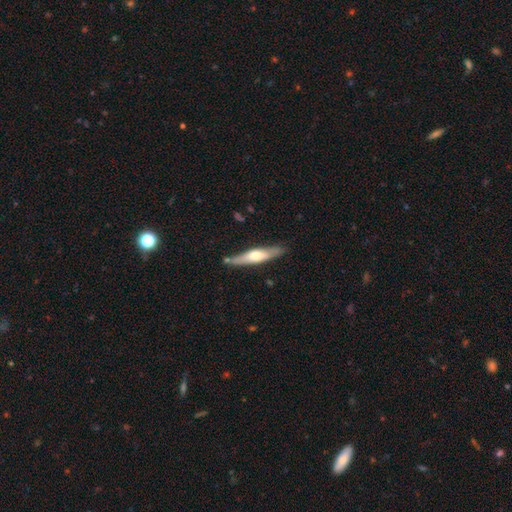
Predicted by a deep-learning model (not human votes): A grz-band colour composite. It shows a featured or disk galaxy (52%) viewed edge-on (92%). Merging: none (81%).